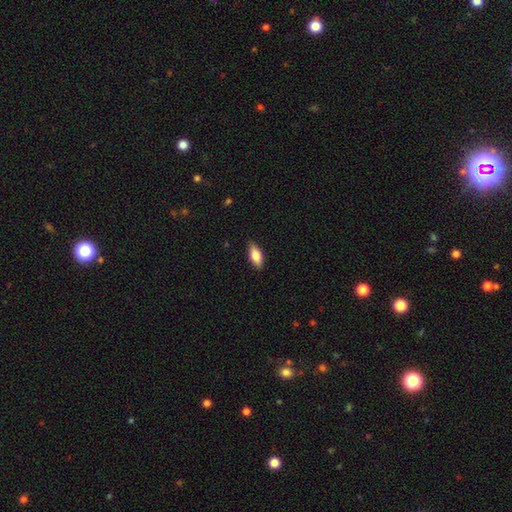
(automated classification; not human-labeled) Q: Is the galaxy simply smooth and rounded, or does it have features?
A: smooth — 75%.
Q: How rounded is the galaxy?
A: in between — 80%.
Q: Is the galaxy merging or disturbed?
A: none — 85%.